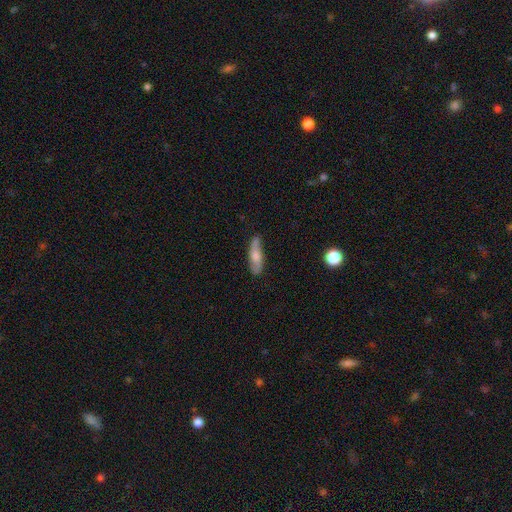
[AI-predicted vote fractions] This appears to be a smooth galaxy with no disk features (59%) that is cigar-shaped (57%). Merging: none (78%).